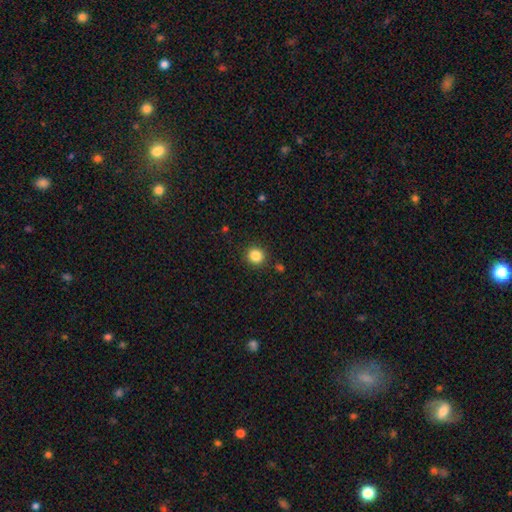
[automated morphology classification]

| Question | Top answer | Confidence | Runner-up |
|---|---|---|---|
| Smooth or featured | smooth | 85% | star or artifact (11%) |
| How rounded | round | 90% | in between (9%) |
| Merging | none | 90% | minor disturbance (6%) |